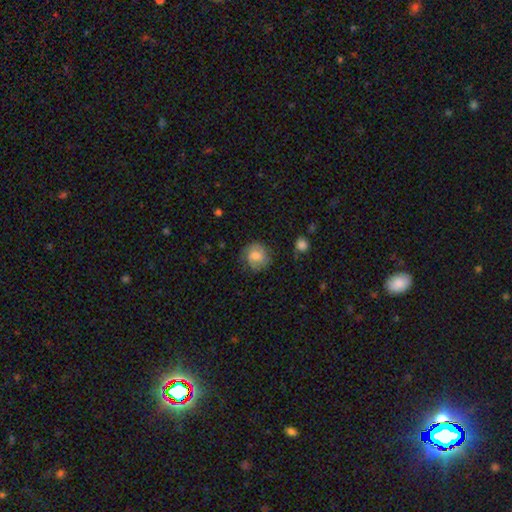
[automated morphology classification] smooth_or_featured: smooth (p=0.58) [alt: featured or disk p=0.34]
how_rounded: round (p=0.82) [alt: in between p=0.17]
merging: none (p=0.71) [alt: minor disturbance p=0.20]